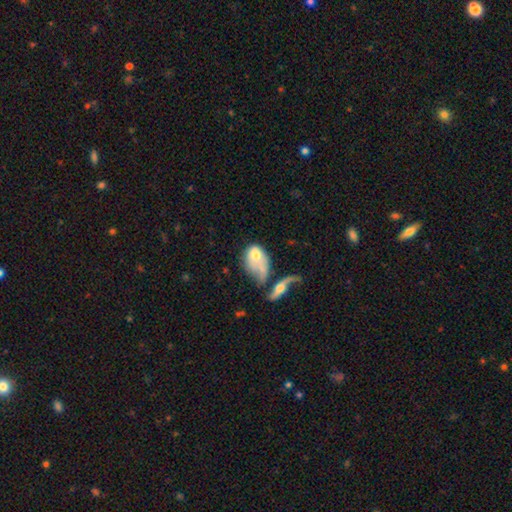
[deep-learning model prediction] smooth-or-featured: smooth: 55% | featured or disk: 38% | star or artifact: 7%
  how-rounded: in between: 81% | round: 16% | cigar-shaped: 3%
  merging: merger: 50% | major disturbance: 26% | none: 13% | minor disturbance: 11%